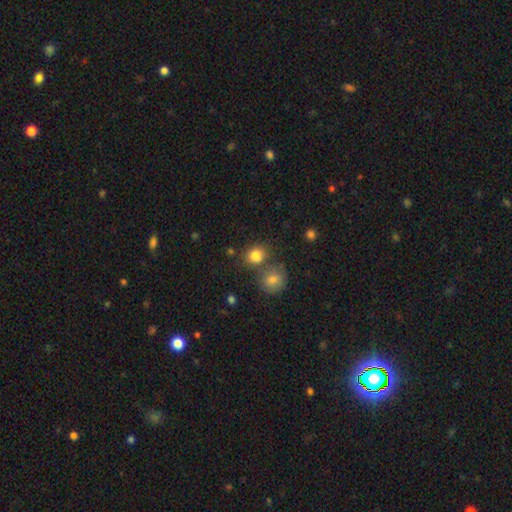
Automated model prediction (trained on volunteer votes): A smooth galaxy with no disk features (82%) that is round (68%).

Vote fractions:
- Smooth or featured? smooth: 82% / star or artifact: 11% / featured or disk: 7%
- How rounded? round: 68% / in between: 31% / cigar-shaped: 1%
- Merging? none: 58% / merger: 27% / minor disturbance: 11% / major disturbance: 4%